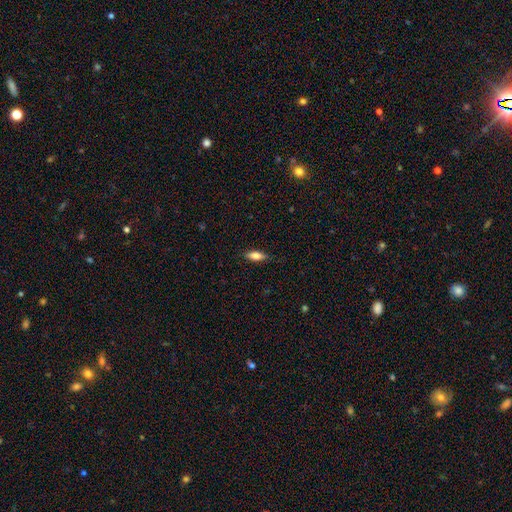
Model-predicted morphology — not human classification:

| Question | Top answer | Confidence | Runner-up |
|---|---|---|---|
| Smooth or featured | smooth | 78% | featured or disk (15%) |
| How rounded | in between | 72% | cigar-shaped (26%) |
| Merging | none | 84% | minor disturbance (12%) |